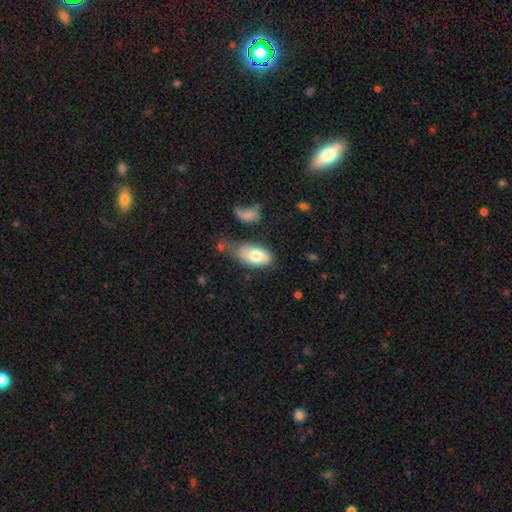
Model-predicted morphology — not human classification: Smooth or featured: smooth — 75% (featured or disk — 19%)
How rounded: in between — 93% (round — 5%)
Merging: none — 45% (minor disturbance — 29%)